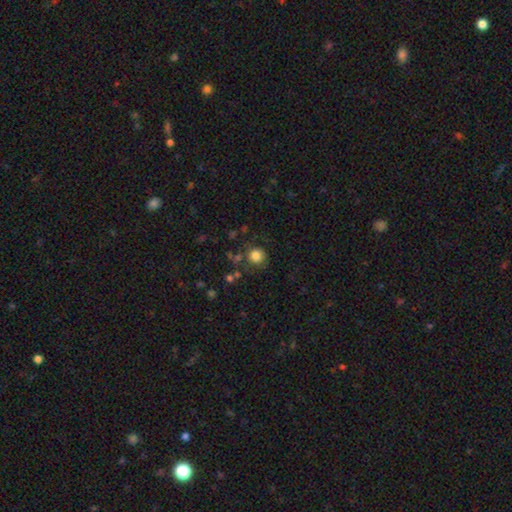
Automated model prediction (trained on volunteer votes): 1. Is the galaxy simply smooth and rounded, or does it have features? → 82% smooth, 12% star or artifact, 6% featured or disk.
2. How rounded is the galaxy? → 92% round, 7% in between, 1% cigar-shaped.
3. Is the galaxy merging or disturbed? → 76% none, 13% minor disturbance, 6% major disturbance, 5% merger.